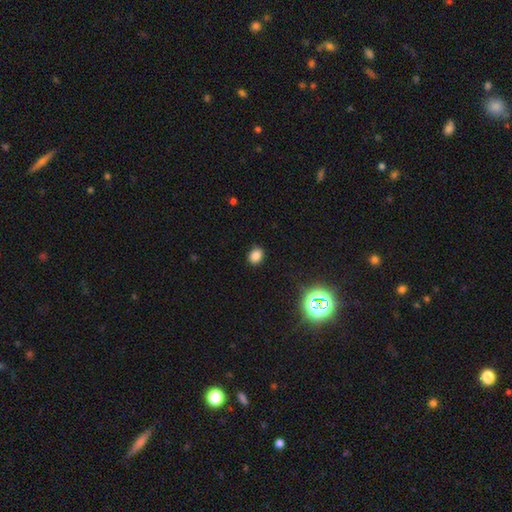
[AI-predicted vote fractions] A smooth galaxy with no disk features (82%) that is in between round and cigar-shaped (55%).

Vote fractions:
- Smooth or featured? smooth: 82% / star or artifact: 14% / featured or disk: 4%
- How rounded? in between: 55% / round: 44% / cigar-shaped: 1%
- Merging? none: 88% / minor disturbance: 9% / major disturbance: 2% / merger: 1%